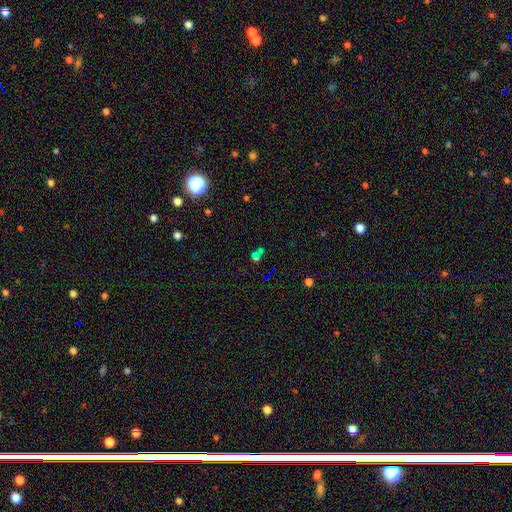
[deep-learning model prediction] A star or artifact, not a galaxy (47%).

Vote fractions:
- Smooth or featured? star or artifact: 47% / smooth: 38% / featured or disk: 15%